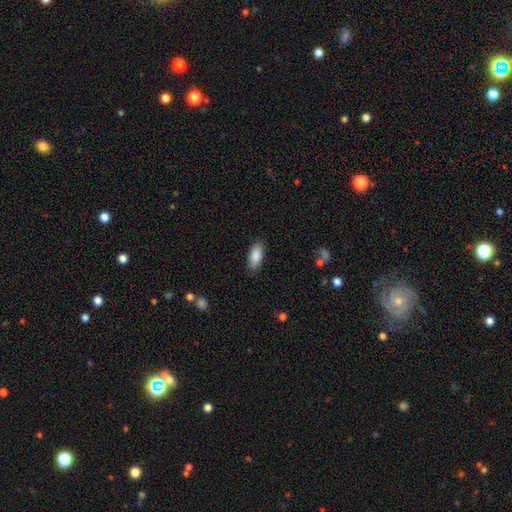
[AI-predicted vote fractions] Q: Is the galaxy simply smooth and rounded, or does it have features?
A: smooth — 88%.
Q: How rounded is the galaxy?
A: in between — 85%.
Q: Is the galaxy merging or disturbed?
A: none — 86%.